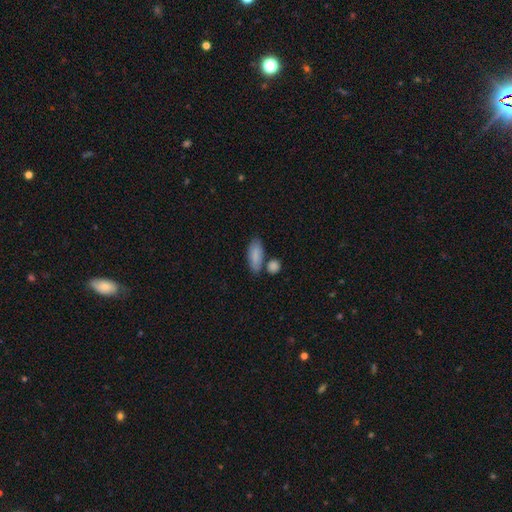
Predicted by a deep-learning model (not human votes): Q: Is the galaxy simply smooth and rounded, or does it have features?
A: smooth — 83%.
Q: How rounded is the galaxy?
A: in between — 77%.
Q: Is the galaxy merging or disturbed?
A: none — 63%.